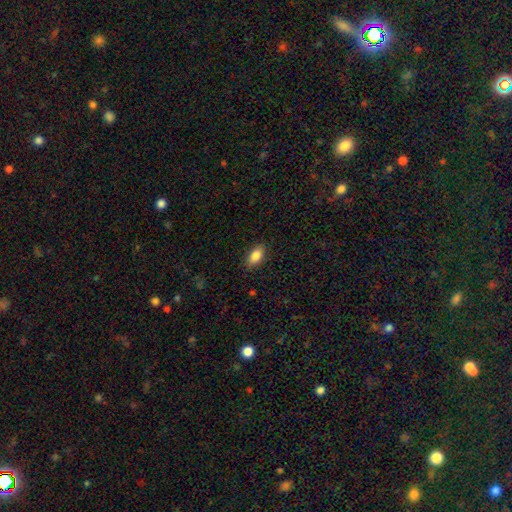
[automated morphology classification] The model was most divided on "smooth or featured": smooth: 86%, star or artifact: 7%, featured or disk: 7%. More confident: how rounded — in between (91%); merging — none (88%).